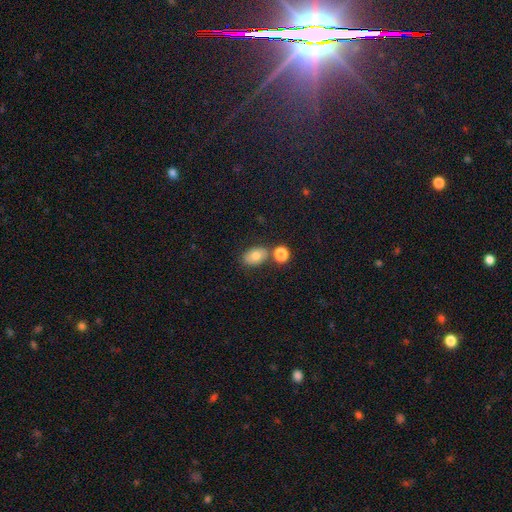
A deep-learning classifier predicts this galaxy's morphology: A smooth galaxy with no disk features (75%) that is in between round and cigar-shaped (83%).

Vote fractions:
- Smooth or featured? smooth: 75% / featured or disk: 15% / star or artifact: 10%
- How rounded? in between: 83% / round: 16% / cigar-shaped: 1%
- Merging? none: 69% / merger: 14% / minor disturbance: 13% / major disturbance: 4%